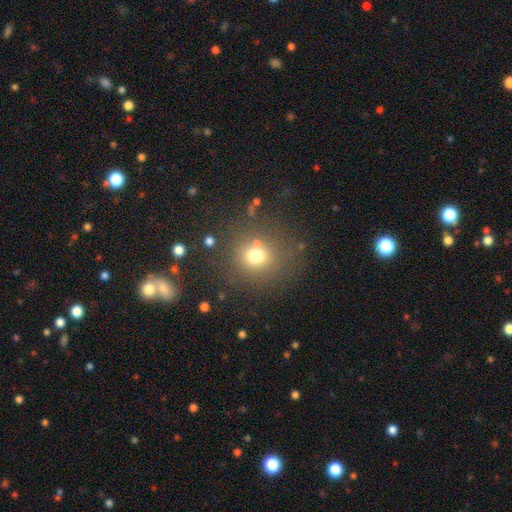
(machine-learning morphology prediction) Smooth or featured? Predicted: smooth (p=0.71). How rounded? Predicted: round (p=0.84). Merging? Predicted: none (p=0.73).